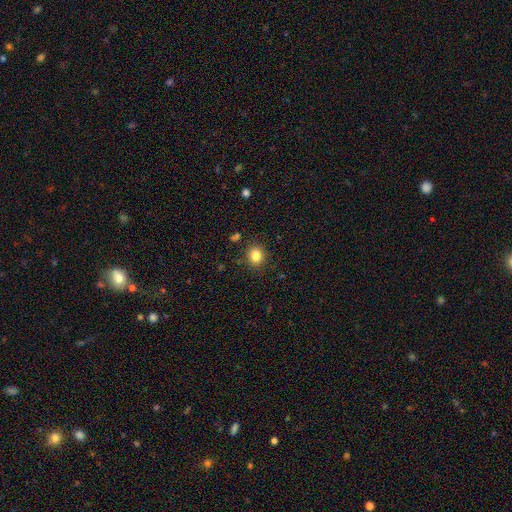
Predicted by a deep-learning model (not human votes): smooth 83%, star or artifact 11%, featured or disk 6%. Down the decision tree: how rounded — round (67%); merging — none (88%).